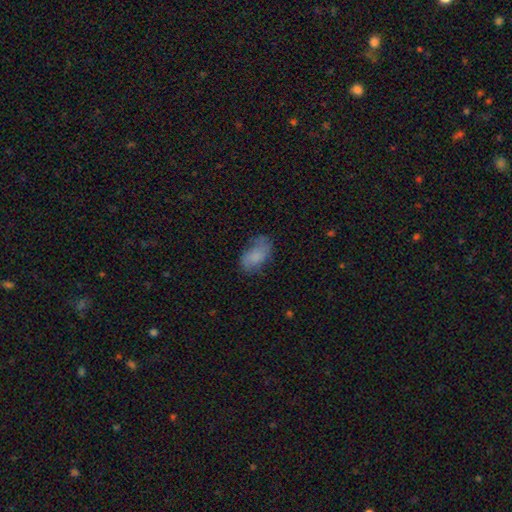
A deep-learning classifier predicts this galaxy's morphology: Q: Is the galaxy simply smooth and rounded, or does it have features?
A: smooth — 75%.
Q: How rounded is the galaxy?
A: in between — 93%.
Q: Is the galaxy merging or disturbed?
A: none — 56%.